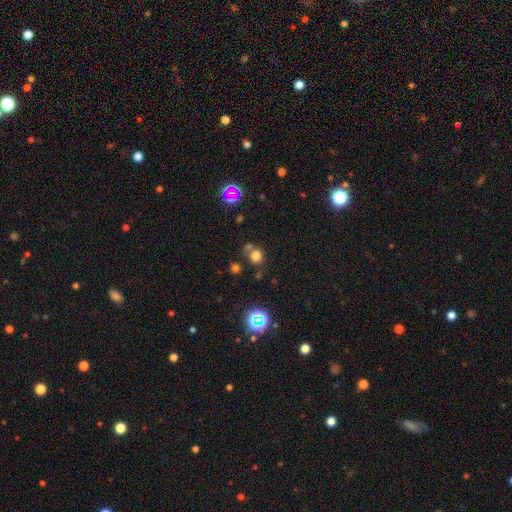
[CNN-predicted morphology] Smooth or featured: smooth — 72% (star or artifact — 20%)
How rounded: round — 84% (in between — 15%)
Merging: none — 64% (merger — 21%)